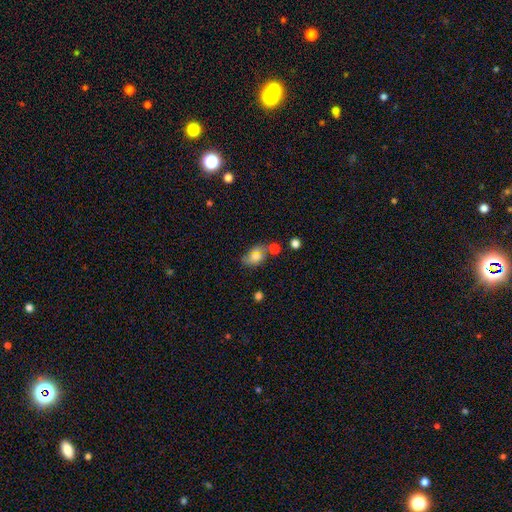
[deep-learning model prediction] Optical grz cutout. It shows a smooth galaxy with no disk features (72%) that is in between round and cigar-shaped (80%). Merging: none (50%).